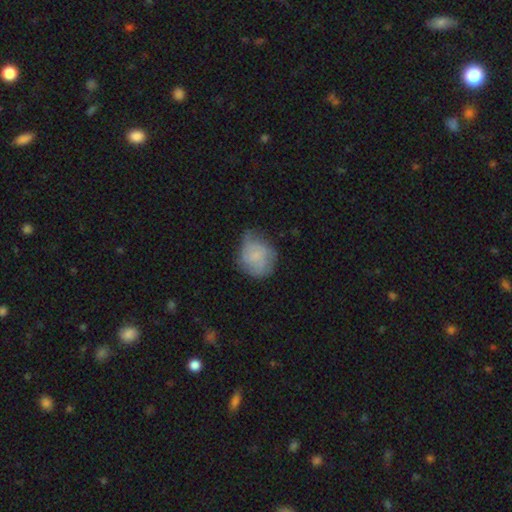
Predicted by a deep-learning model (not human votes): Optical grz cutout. It shows a smooth galaxy with no disk features (60%) that is round (66%). Merging: none (48%).